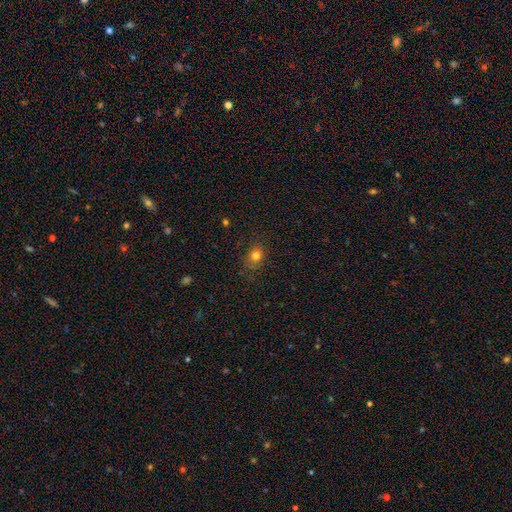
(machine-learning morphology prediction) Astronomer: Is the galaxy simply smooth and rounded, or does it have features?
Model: smooth — 78%.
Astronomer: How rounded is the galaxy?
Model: round — 60% (runner-up: in between, 38%).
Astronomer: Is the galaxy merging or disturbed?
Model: none — 81%.